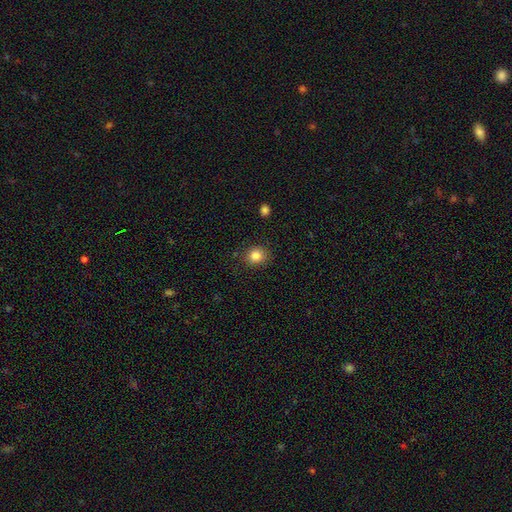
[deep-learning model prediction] smooth 85%, star or artifact 10%, featured or disk 5%. Down the decision tree: how rounded — round (80%); merging — none (86%).